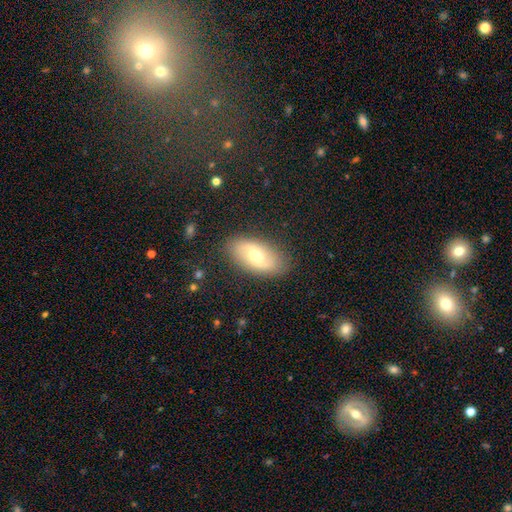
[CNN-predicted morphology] type=featured or disk (53%); edge-on=no (89%); merging=none (85%).